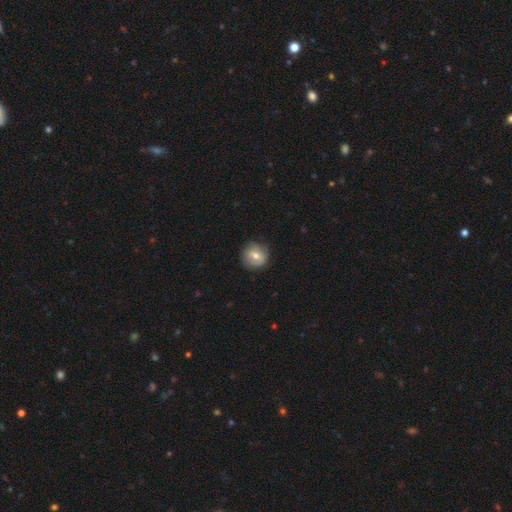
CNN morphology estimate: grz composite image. It shows a smooth galaxy with no disk features (55%) that is round (90%). Merging: none (78%).